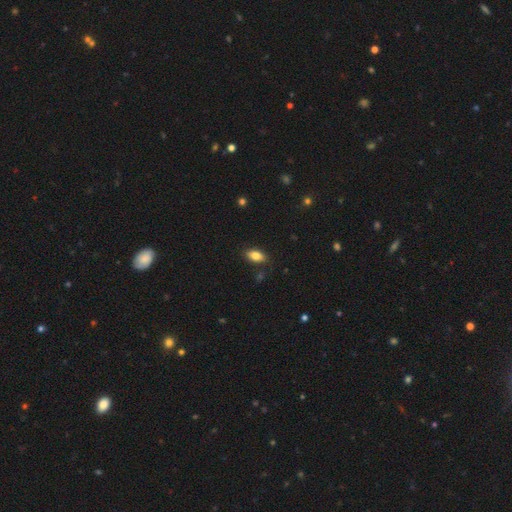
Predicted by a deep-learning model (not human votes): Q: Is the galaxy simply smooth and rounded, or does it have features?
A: smooth — 82%.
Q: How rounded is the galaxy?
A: in between — 90%.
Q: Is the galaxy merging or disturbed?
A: none — 84%.